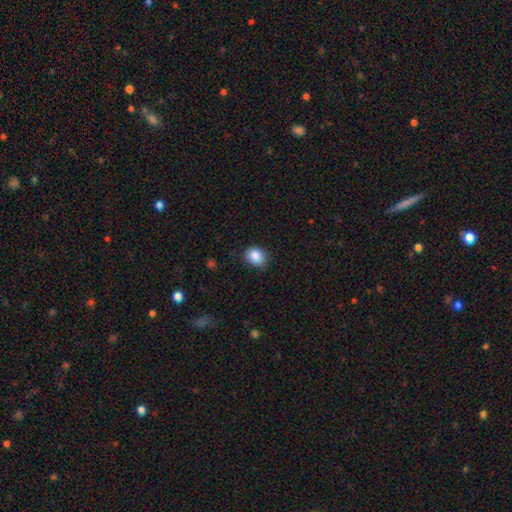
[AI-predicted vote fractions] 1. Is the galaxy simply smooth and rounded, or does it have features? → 87% smooth, 9% star or artifact, 4% featured or disk.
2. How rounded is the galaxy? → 52% round, 47% in between, 1% cigar-shaped.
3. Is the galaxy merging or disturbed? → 80% none, 16% minor disturbance, 3% major disturbance, 1% merger.